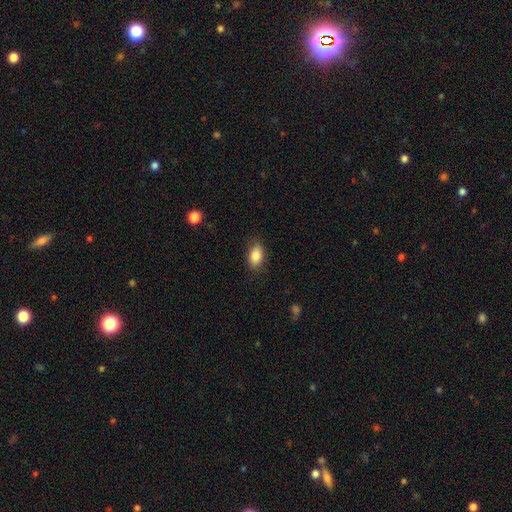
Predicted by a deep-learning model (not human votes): A smooth galaxy with no disk features (86%) that is in between round and cigar-shaped (90%).

Vote fractions:
- Smooth or featured? smooth: 86% / star or artifact: 7% / featured or disk: 7%
- How rounded? in between: 90% / round: 8% / cigar-shaped: 3%
- Merging? none: 85% / minor disturbance: 11% / major disturbance: 3% / merger: 1%